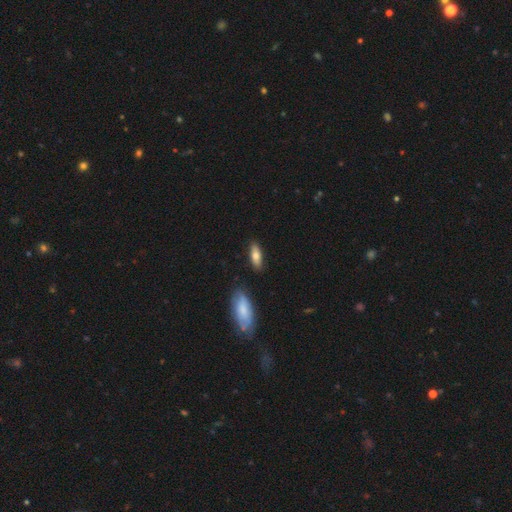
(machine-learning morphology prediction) A smooth galaxy with no disk features (74%) that is in between round and cigar-shaped (70%). Merging: none (84%).